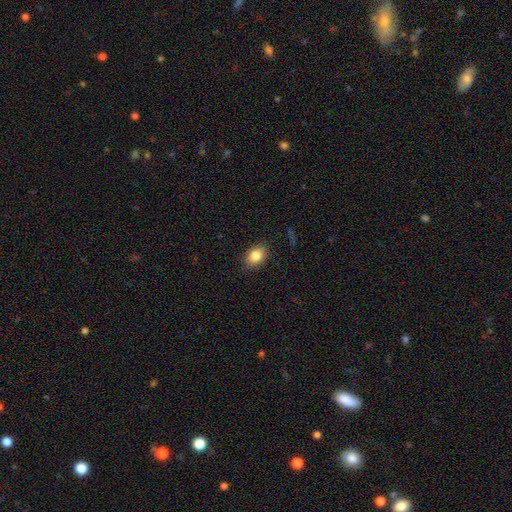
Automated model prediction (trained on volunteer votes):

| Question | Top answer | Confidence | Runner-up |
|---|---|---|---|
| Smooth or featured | smooth | 84% | star or artifact (9%) |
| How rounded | in between | 73% | round (26%) |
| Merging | none | 86% | minor disturbance (10%) |